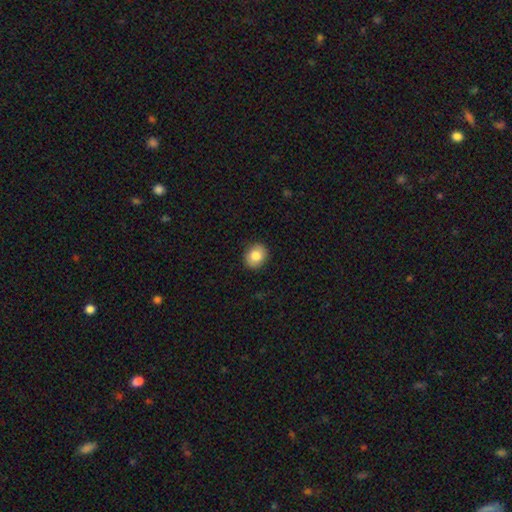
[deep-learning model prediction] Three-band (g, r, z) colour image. It shows a smooth galaxy with no disk features (83%) that is round (65%). Merging: none (89%).